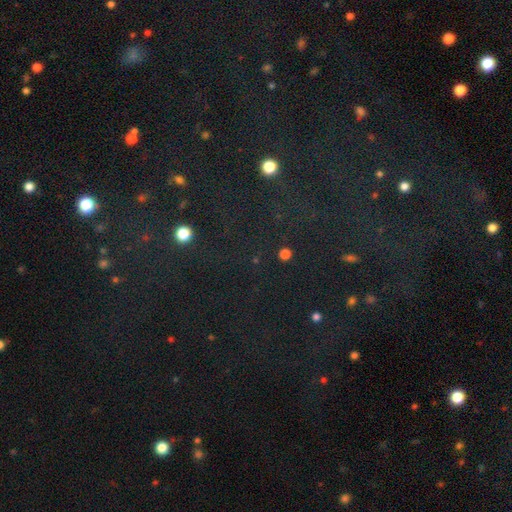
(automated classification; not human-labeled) Smooth or featured? star or artifact (75%)